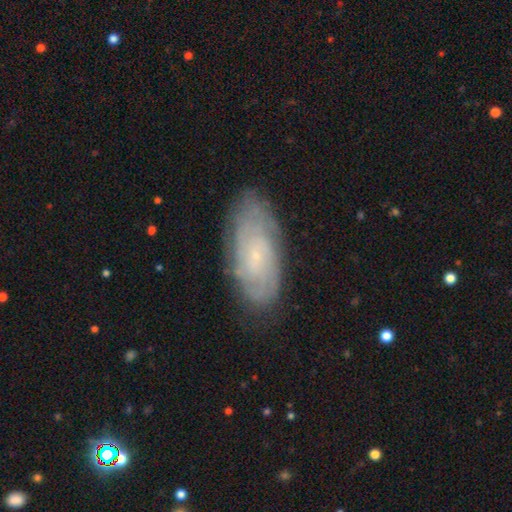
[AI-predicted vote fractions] Overall: featured or disk (70%). Edge-on disk: no (92%). Bar: no (73%). Spiral arms: yes (89%). Spiral arm count: can't tell (55%; 2 17%). Spiral winding: tight (75%). Bulge size: small (85%). Merging: none (80%).